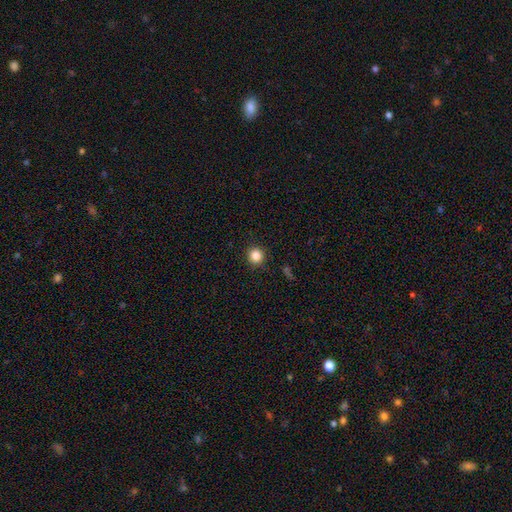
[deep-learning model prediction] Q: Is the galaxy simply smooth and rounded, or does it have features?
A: smooth — 85%.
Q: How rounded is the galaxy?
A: round — 94%.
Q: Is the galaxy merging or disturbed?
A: none — 91%.